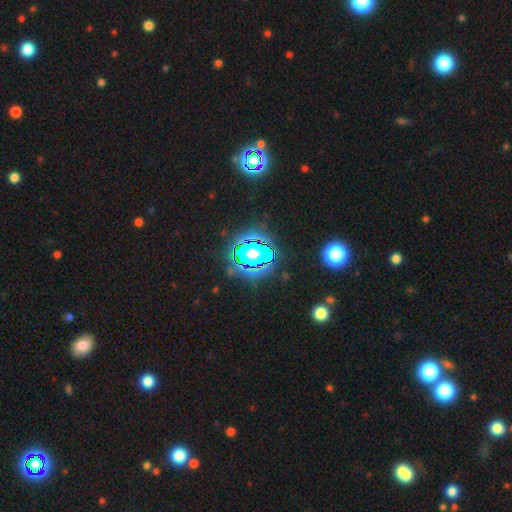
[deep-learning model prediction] A star or artifact, not a galaxy (67%).

Vote fractions:
- Smooth or featured? star or artifact: 67% / smooth: 20% / featured or disk: 13%